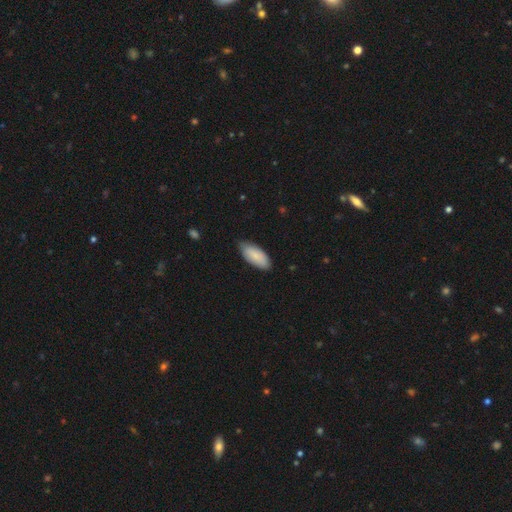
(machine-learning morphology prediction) type=smooth (85%); roundness=in between (88%); merging=none (78%).